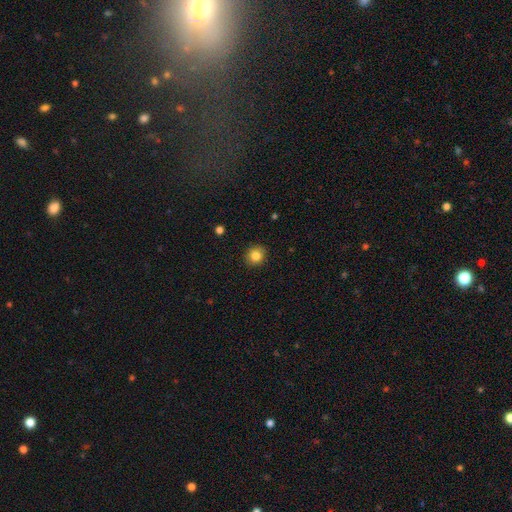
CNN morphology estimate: Smooth or featured: smooth — 83% (star or artifact — 11%)
How rounded: round — 87% (in between — 12%)
Merging: none — 91% (minor disturbance — 6%)